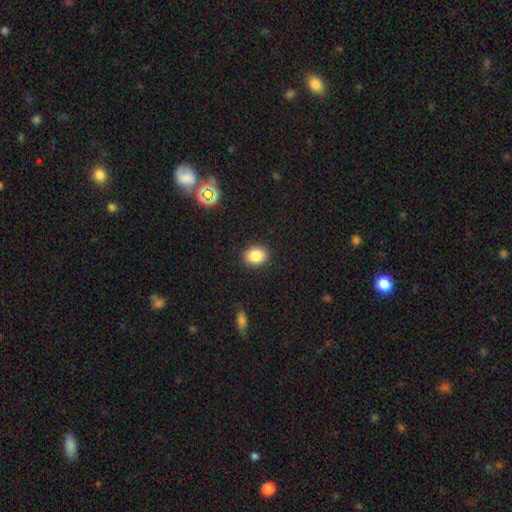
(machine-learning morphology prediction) Smooth or featured? smooth (86%)
How rounded? in between (55%)
Merging? none (89%)